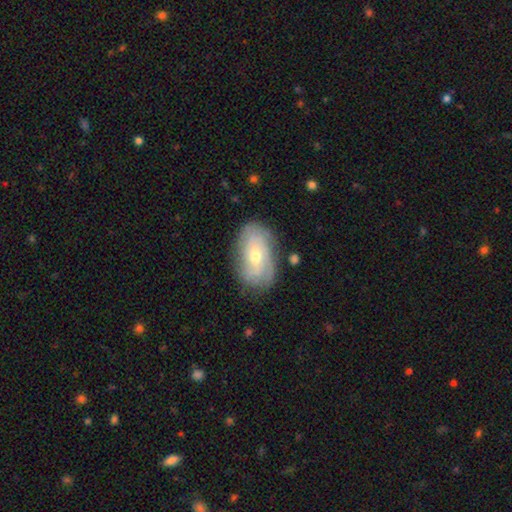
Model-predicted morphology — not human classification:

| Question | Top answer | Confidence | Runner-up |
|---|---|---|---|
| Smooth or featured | featured or disk | 65% | smooth (28%) |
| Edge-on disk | no | 94% | yes (6%) |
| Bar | no | 74% | weak (21%) |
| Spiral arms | yes | 83% | no (17%) |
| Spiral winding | tight | 60% | medium (29%) |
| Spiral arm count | can't tell | 45% | 2 (22%) |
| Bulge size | moderate | 49% | small (47%) |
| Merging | none | 76% | minor disturbance (17%) |